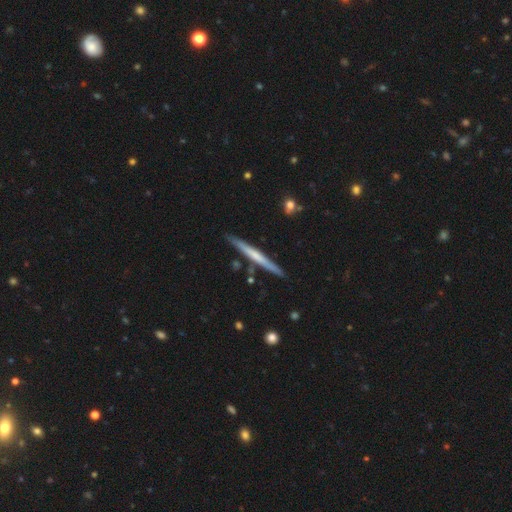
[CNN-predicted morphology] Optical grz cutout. It shows a featured or disk galaxy (52%) viewed edge-on (97%) with no central bulge (73%). Merging: none (88%).